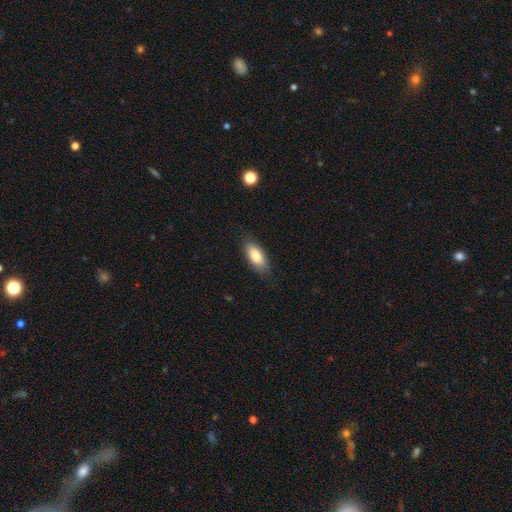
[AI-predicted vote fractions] Smooth or featured? Predicted: smooth (p=0.82). How rounded? Predicted: in between (p=0.86). Merging? Predicted: none (p=0.79).